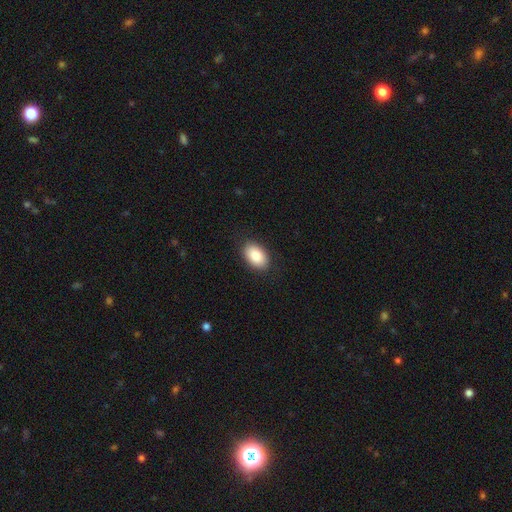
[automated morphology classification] smooth_or_featured: smooth (p=0.89) [alt: star or artifact p=0.06]
how_rounded: in between (p=0.91) [alt: round p=0.07]
merging: none (p=0.88) [alt: minor disturbance p=0.09]